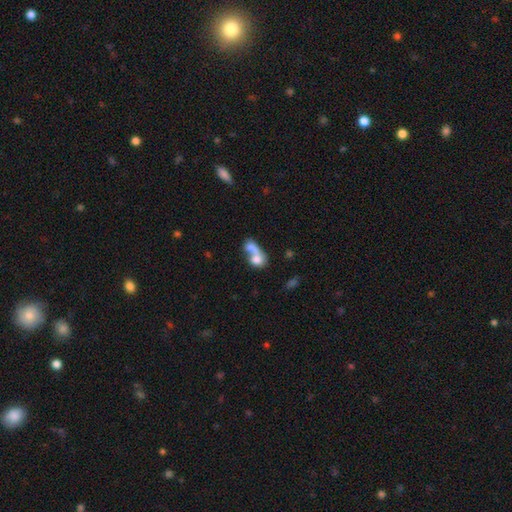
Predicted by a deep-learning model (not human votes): The model was most divided on "how rounded": in between: 57%, round: 37%, cigar-shaped: 6%. More confident: merging — merger (69%); smooth or featured — smooth (68%).